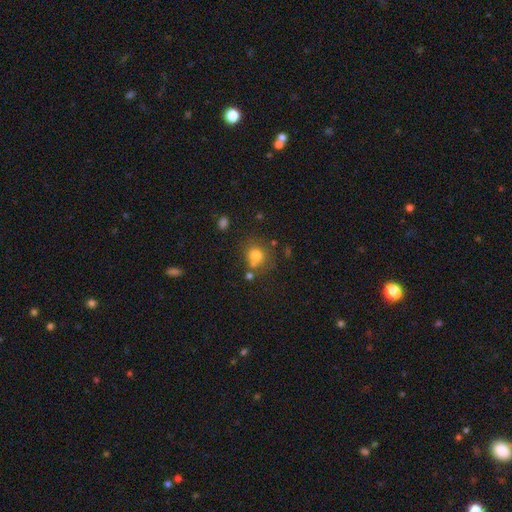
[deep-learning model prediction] Smooth or featured: smooth — 76% (star or artifact — 14%)
How rounded: round — 80% (in between — 19%)
Merging: none — 60% (merger — 18%)